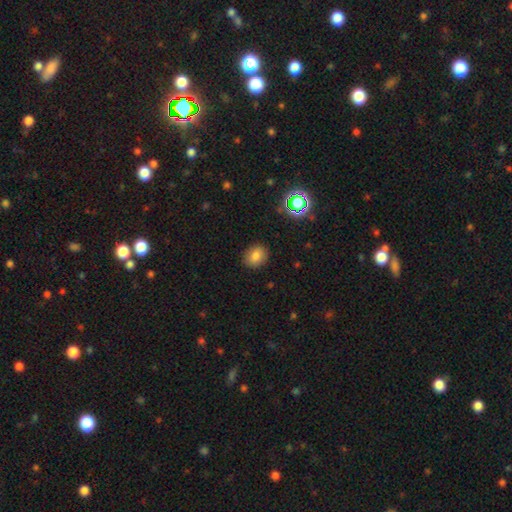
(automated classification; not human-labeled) A smooth galaxy with no disk features (81%) that is round (59%).

Vote fractions:
- Smooth or featured? smooth: 81% / star or artifact: 13% / featured or disk: 6%
- How rounded? round: 59% / in between: 40% / cigar-shaped: 1%
- Merging? none: 88% / minor disturbance: 9% / major disturbance: 2% / merger: 1%